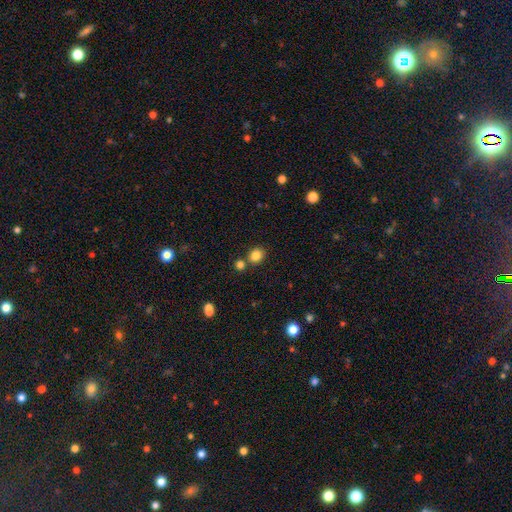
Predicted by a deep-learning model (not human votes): Morphology: type=smooth (83%); roundness=round (69%); merging=none (72%).